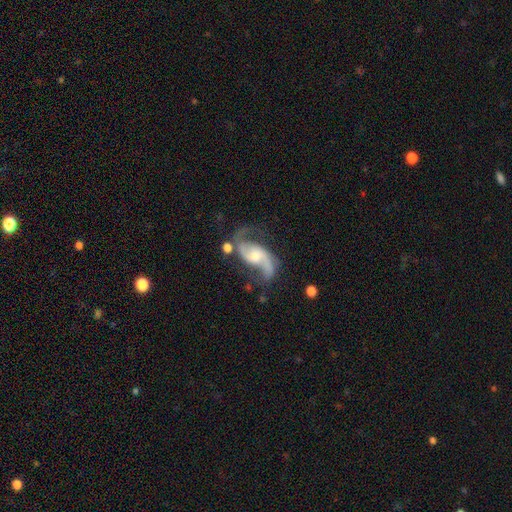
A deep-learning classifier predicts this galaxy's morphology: Smooth or featured? featured or disk (89%)
Edge-on disk? no (97%)
Bar? no (51%)
Spiral arms? yes (96%)
Spiral winding? loose (58%)
Spiral arm count? 2 (91%)
Bulge size? moderate (48%)
Merging? none (60%)